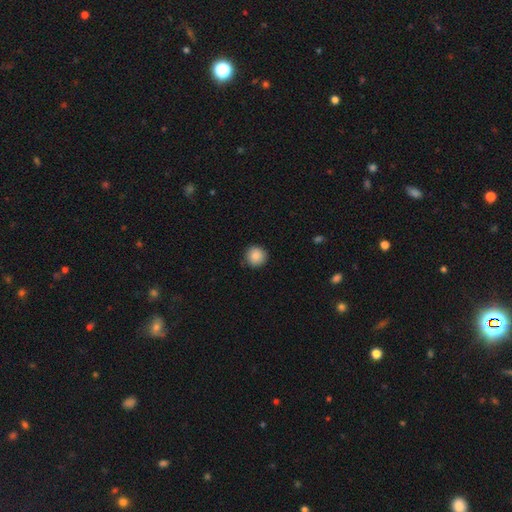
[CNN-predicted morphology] The model was most divided on "smooth or featured": smooth: 87%, star or artifact: 8%, featured or disk: 4%. More confident: how rounded — round (94%); merging — none (89%).